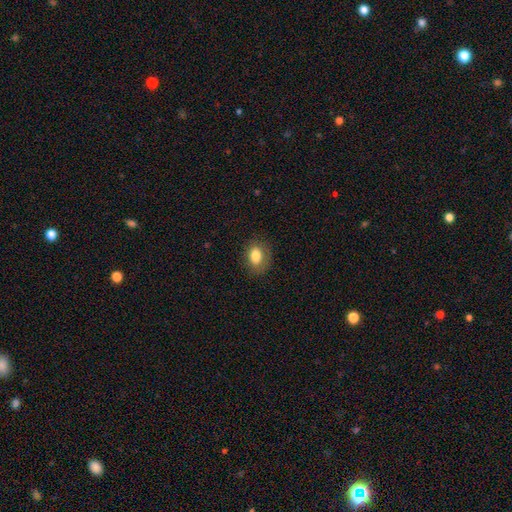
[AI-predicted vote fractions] Overall: smooth (81%). How rounded: in between (69%; round 30%). Merging: none (77%).